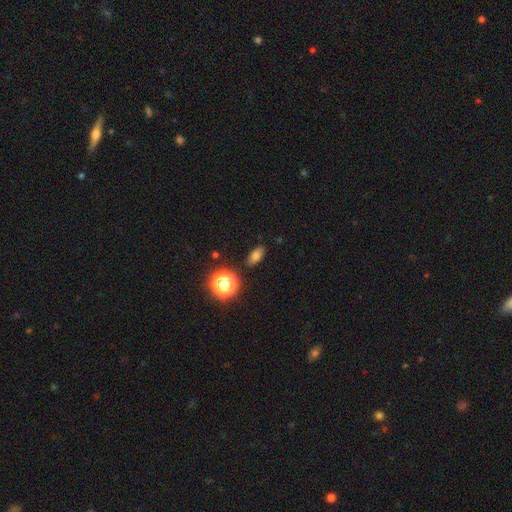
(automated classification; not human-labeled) The model was most divided on "smooth or featured": smooth: 75%, star or artifact: 17%, featured or disk: 8%. More confident: merging — none (86%); how rounded — in between (79%).